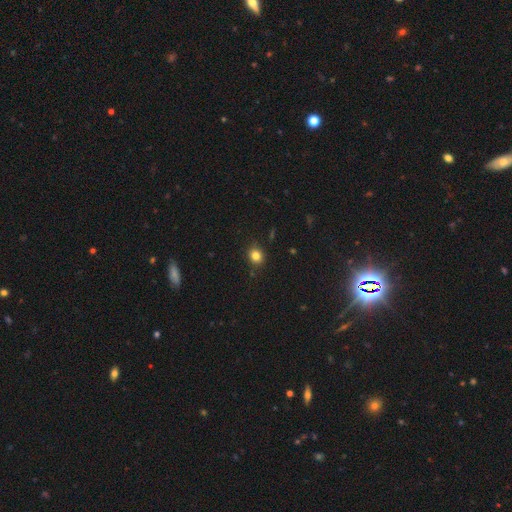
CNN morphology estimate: type=smooth (82%); roundness=round (68%); merging=none (86%).